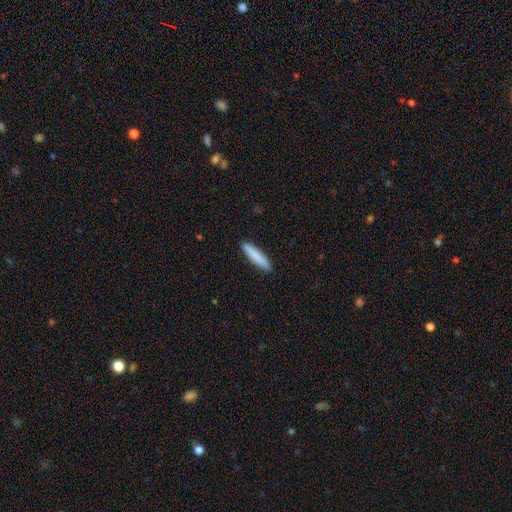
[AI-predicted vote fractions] smooth-or-featured: smooth: 85% | featured or disk: 9% | star or artifact: 5%
  how-rounded: cigar-shaped: 89% | in between: 10% | round: 1%
  merging: none: 91% | minor disturbance: 7% | major disturbance: 1% | merger: 1%